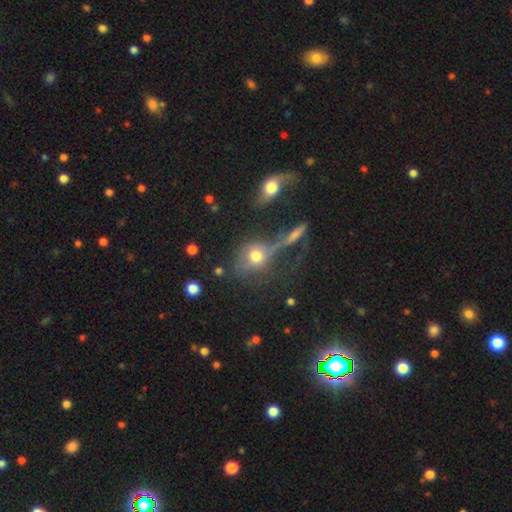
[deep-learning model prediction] Smooth or featured? Predicted: smooth (p=0.63). How rounded? Predicted: round (p=0.65). Merging? Predicted: none (p=0.40).